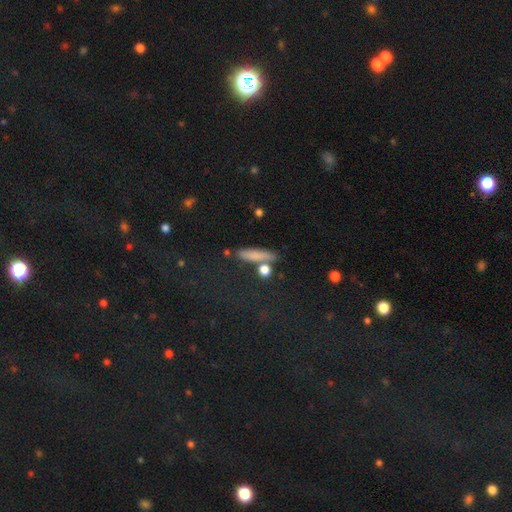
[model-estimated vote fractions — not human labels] Smooth or featured?
  - smooth: 74% *
  - featured or disk: 14%
  - star or artifact: 12%
How rounded?
  - cigar-shaped: 68% *
  - in between: 21%
  - round: 11%
Merging?
  - none: 71% *
  - minor disturbance: 14%
  - merger: 10%
  - major disturbance: 5%